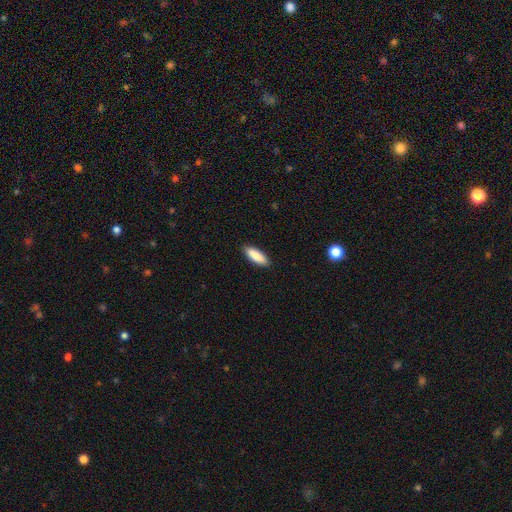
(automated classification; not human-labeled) smooth_or_featured: smooth (p=0.89) [alt: featured or disk p=0.06]
how_rounded: in between (p=0.58) [alt: cigar-shaped p=0.40]
merging: none (p=0.89) [alt: minor disturbance p=0.08]